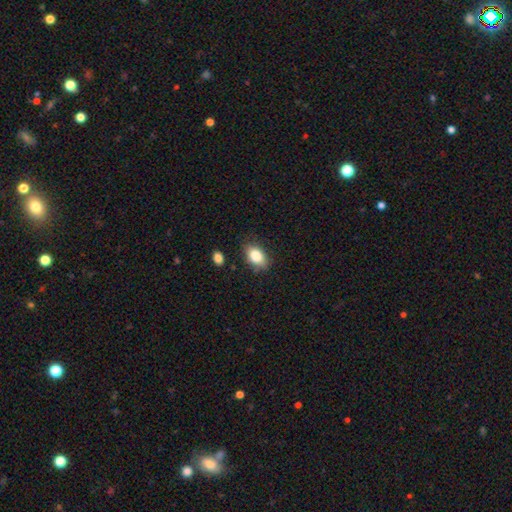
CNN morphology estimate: smooth_or_featured: smooth (p=0.85) [alt: star or artifact p=0.08]
how_rounded: in between (p=0.87) [alt: round p=0.11]
merging: none (p=0.80) [alt: minor disturbance p=0.14]